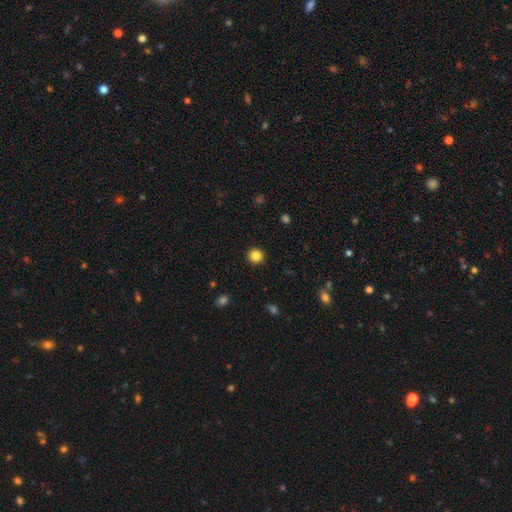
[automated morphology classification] A smooth galaxy with no disk features (85%) that is round (94%).

Vote fractions:
- Smooth or featured? smooth: 85% / star or artifact: 11% / featured or disk: 4%
- How rounded? round: 94% / in between: 5% / cigar-shaped: 1%
- Merging? none: 93% / minor disturbance: 5% / major disturbance: 2% / merger: 1%